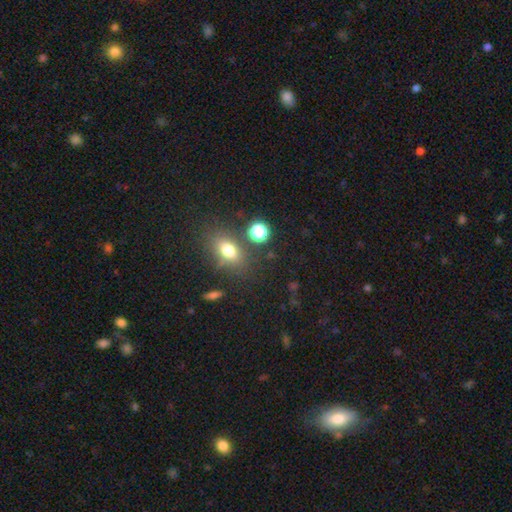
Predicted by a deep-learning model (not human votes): Smooth or featured?
  - smooth: 58% *
  - star or artifact: 31%
  - featured or disk: 11%
How rounded?
  - round: 52% *
  - in between: 46%
  - cigar-shaped: 2%
Merging?
  - none: 71% *
  - merger: 16%
  - minor disturbance: 10%
  - major disturbance: 4%